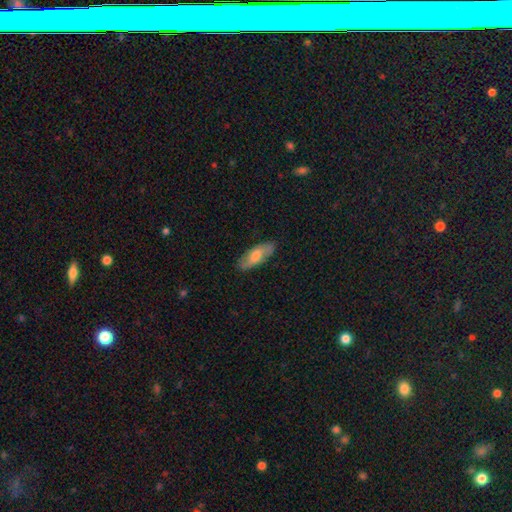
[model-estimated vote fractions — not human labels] This is possibly a smooth galaxy (59%). How rounded: likely in between (72%). Merging: clearly none (85%).